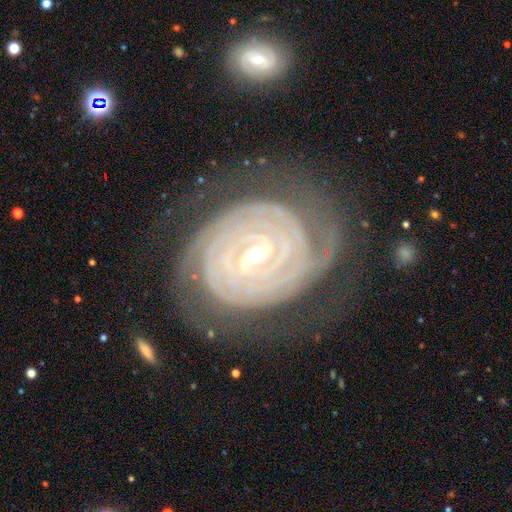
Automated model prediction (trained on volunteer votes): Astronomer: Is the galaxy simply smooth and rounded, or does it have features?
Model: featured or disk — 91%.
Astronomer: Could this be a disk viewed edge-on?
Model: no — 97%.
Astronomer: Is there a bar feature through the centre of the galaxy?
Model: strong — 47% (runner-up: weak, 41%).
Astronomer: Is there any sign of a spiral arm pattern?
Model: yes — 98%.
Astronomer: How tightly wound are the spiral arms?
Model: tight — 90%.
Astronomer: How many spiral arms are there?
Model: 2 — 23% (runner-up: 4, 22%).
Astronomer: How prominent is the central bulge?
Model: small — 57% (runner-up: moderate, 40%).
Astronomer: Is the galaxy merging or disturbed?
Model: none — 76%.